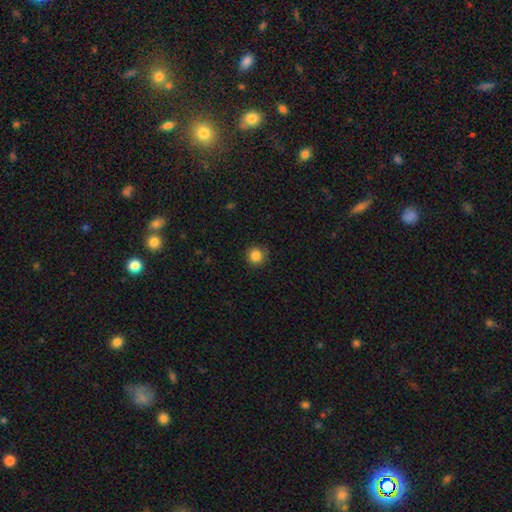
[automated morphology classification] smooth 85%, star or artifact 11%, featured or disk 4%. Down the decision tree: how rounded — round (95%); merging — none (89%).